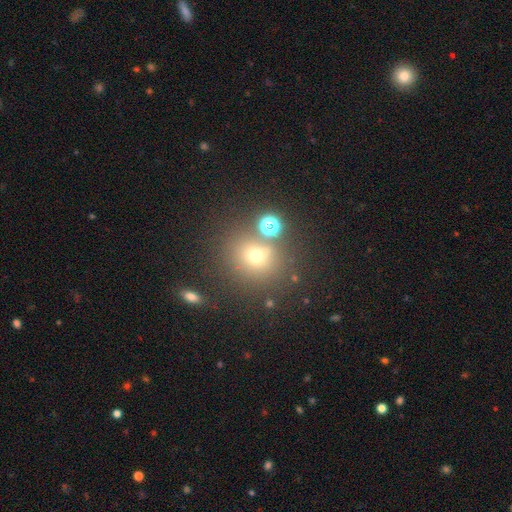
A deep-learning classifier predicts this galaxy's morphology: smooth-or-featured: smooth: 62% | star or artifact: 24% | featured or disk: 14%
  how-rounded: round: 81% | in between: 18% | cigar-shaped: 1%
  merging: none: 69% | merger: 15% | minor disturbance: 11% | major disturbance: 5%